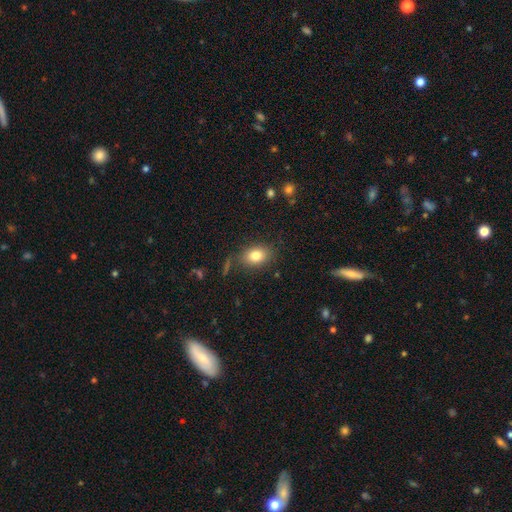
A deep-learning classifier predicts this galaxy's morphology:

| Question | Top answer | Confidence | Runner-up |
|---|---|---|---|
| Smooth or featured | smooth | 81% | star or artifact (10%) |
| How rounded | in between | 73% | round (25%) |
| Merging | none | 81% | minor disturbance (13%) |